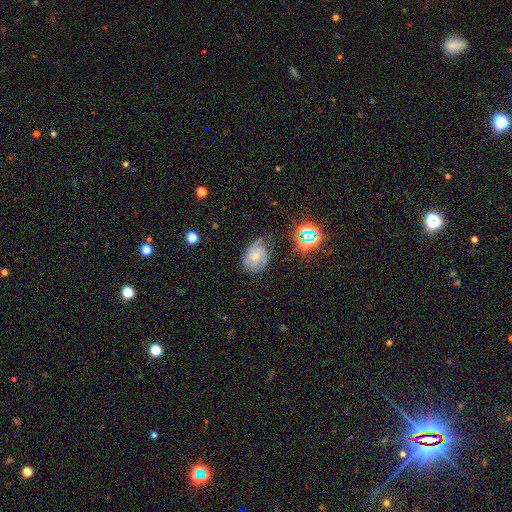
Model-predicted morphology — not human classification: The model was most divided on "bulge size": small: 52%, moderate: 39%, none: 6%, large: 2%, dominant: 1%. Remaining: edge-on disk — no (97%); spiral arms — yes (85%); bar — no (76%); smooth or featured — featured or disk (57%); merging — none (48%).